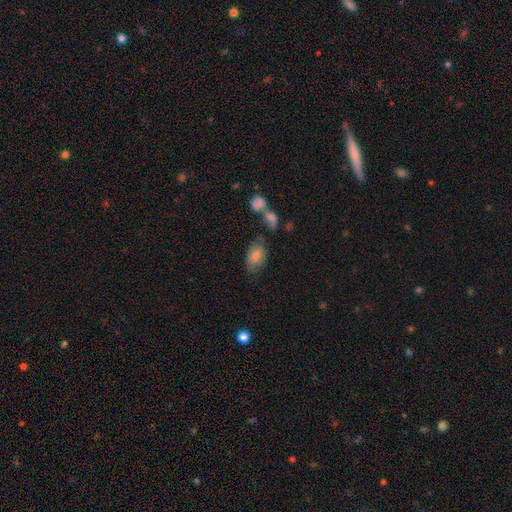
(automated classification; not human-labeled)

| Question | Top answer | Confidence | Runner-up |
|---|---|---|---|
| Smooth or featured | smooth | 78% | featured or disk (15%) |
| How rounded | in between | 92% | round (6%) |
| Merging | none | 61% | minor disturbance (20%) |